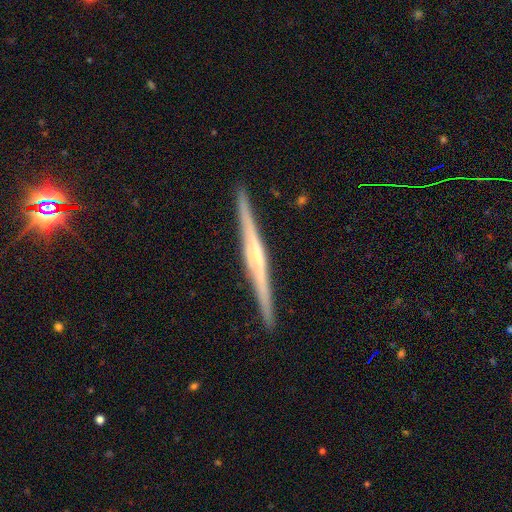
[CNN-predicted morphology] A featured or disk galaxy (82%) viewed edge-on (99%) with a rounded central bulge (53%).

Vote fractions:
- Smooth or featured? featured or disk: 82% / smooth: 13% / star or artifact: 5%
- Edge-on disk? yes: 99% / no: 1%
- Edge-on bulge? rounded: 53% / boxy: 24% / none: 23%
- Merging? none: 92% / minor disturbance: 5% / major disturbance: 1% / merger: 1%